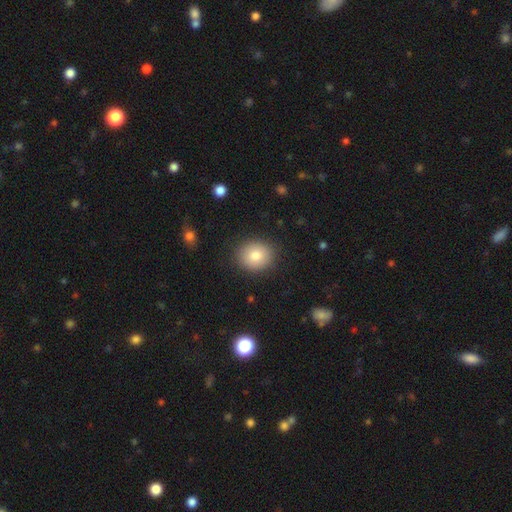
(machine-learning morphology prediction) type=smooth (82%); roundness=round (62%); merging=none (87%).